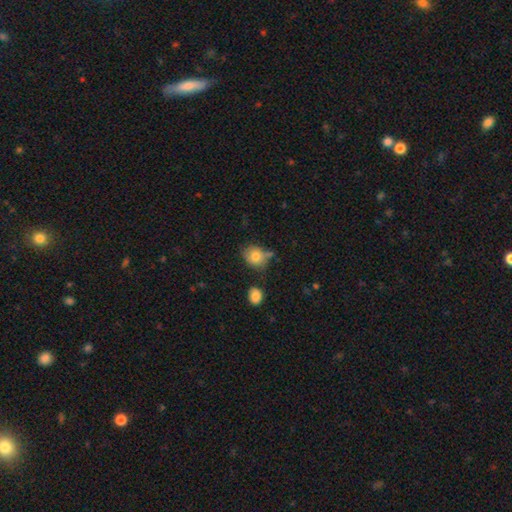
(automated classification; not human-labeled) Q: Smooth or featured?
A: smooth (78%); runner-up: featured or disk (12%)
Q: How rounded?
A: round (60%); runner-up: in between (39%)
Q: Merging?
A: none (58%); runner-up: minor disturbance (25%)